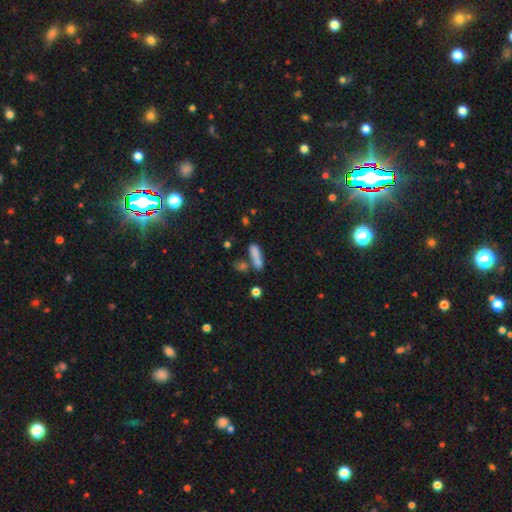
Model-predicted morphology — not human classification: This is likely a smooth galaxy (77%). How rounded: possibly cigar-shaped (58%). Merging: possibly none (49%).